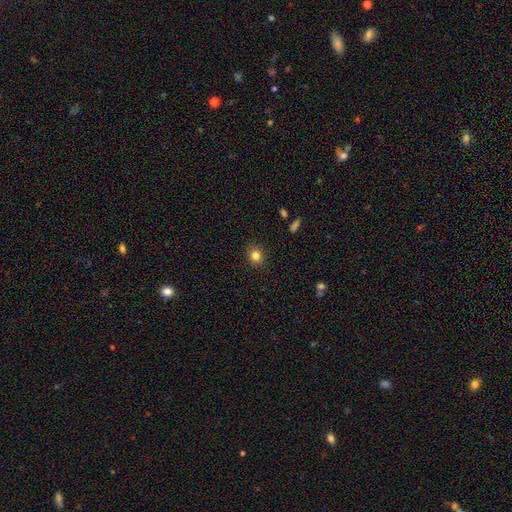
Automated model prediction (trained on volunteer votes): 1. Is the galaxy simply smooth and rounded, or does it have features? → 81% smooth, 12% star or artifact, 6% featured or disk.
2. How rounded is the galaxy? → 76% round, 23% in between, 1% cigar-shaped.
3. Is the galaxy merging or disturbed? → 90% none, 7% minor disturbance, 2% major disturbance, 1% merger.